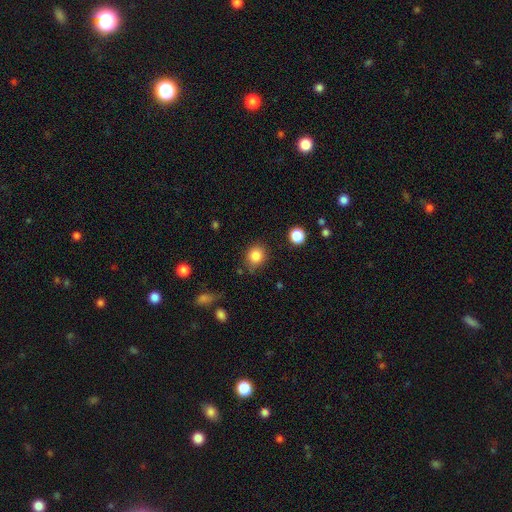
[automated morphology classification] Q: Smooth or featured?
A: smooth (85%); runner-up: star or artifact (10%)
Q: How rounded?
A: round (74%); runner-up: in between (25%)
Q: Merging?
A: none (78%); runner-up: minor disturbance (16%)